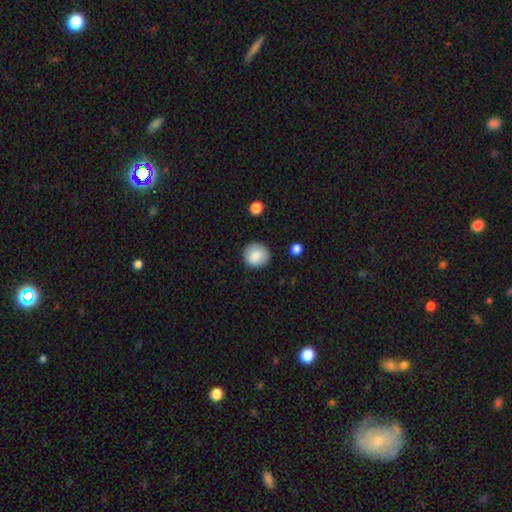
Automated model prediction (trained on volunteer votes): A smooth galaxy with no disk features (86%) that is round (88%).

Vote fractions:
- Smooth or featured? smooth: 86% / star or artifact: 8% / featured or disk: 6%
- How rounded? round: 88% / in between: 11% / cigar-shaped: 1%
- Merging? none: 85% / minor disturbance: 11% / major disturbance: 3% / merger: 1%